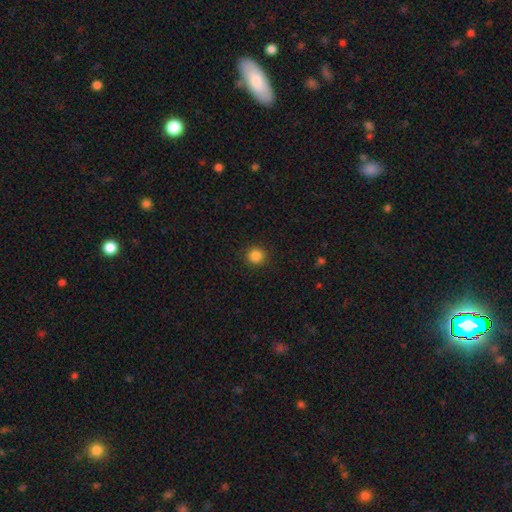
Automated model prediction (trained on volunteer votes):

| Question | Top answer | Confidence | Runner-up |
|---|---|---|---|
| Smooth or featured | smooth | 85% | star or artifact (11%) |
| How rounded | round | 92% | in between (7%) |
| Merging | none | 92% | minor disturbance (5%) |